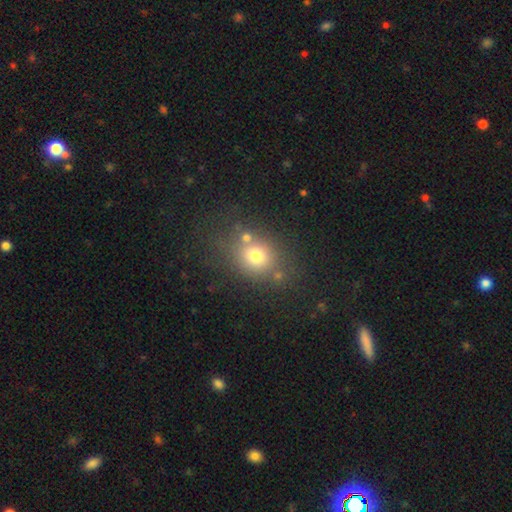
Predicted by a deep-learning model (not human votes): The model was most divided on "how rounded": round: 62%, in between: 37%, cigar-shaped: 1%. More confident: smooth or featured — smooth (71%); merging — none (64%).